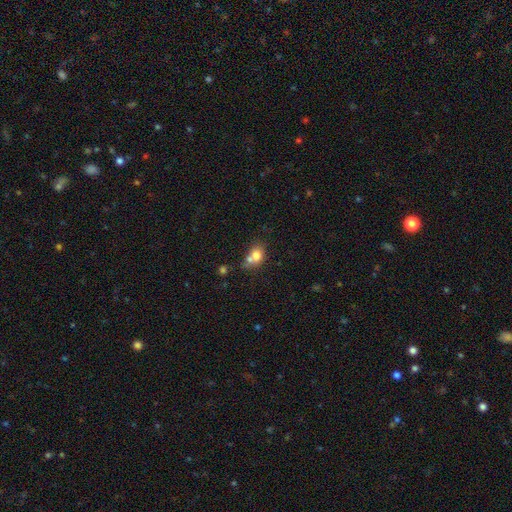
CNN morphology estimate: Smooth or featured: smooth — 74% (featured or disk — 15%)
How rounded: round — 50% (in between — 49%)
Merging: merger — 47% (none — 34%)